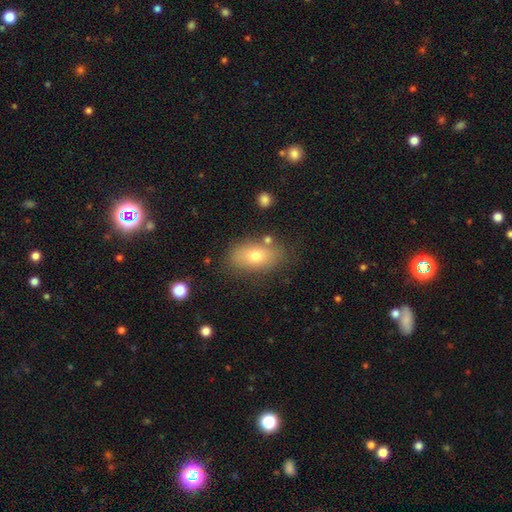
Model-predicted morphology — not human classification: Smooth or featured?
  - smooth: 70% *
  - featured or disk: 20%
  - star or artifact: 9%
How rounded?
  - in between: 87% *
  - round: 9%
  - cigar-shaped: 3%
Merging?
  - none: 75% *
  - minor disturbance: 15%
  - merger: 5%
  - major disturbance: 5%